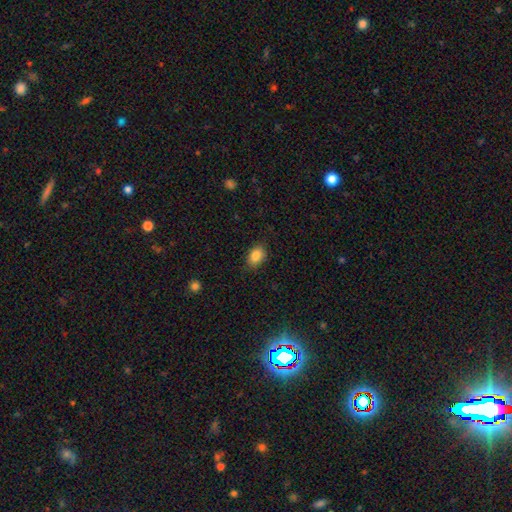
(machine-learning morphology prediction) type=smooth (86%); roundness=in between (82%); merging=none (85%).